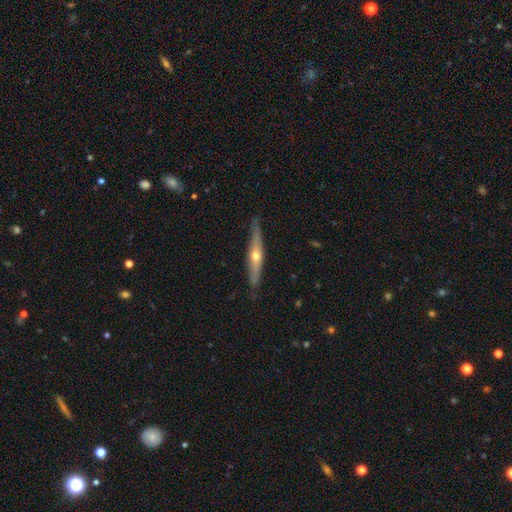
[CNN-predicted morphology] Q: Smooth or featured?
A: featured or disk (70%); runner-up: smooth (24%)
Q: Edge-on disk?
A: yes (94%); runner-up: no (6%)
Q: Edge-on bulge?
A: rounded (89%); runner-up: none (9%)
Q: Merging?
A: none (86%); runner-up: minor disturbance (11%)